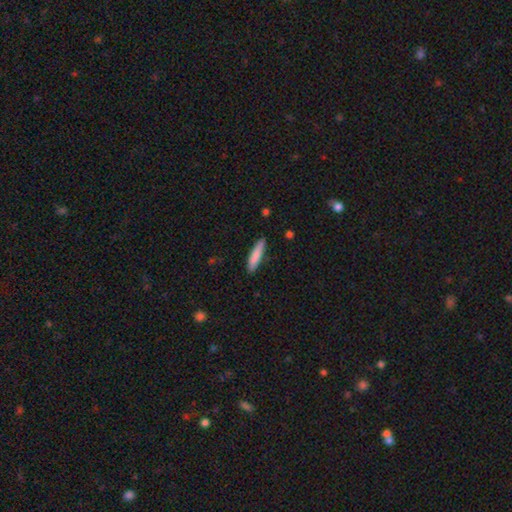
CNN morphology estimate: This is clearly a smooth galaxy (83%). How rounded: clearly cigar-shaped (84%). Merging: clearly none (87%).